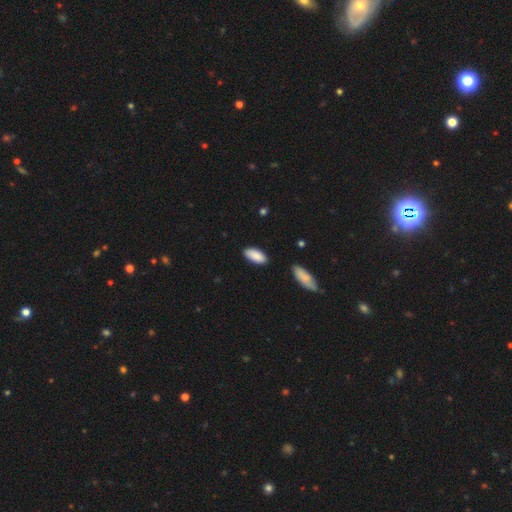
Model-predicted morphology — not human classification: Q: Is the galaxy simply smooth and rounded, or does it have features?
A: smooth — 89%.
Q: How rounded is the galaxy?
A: in between — 89%.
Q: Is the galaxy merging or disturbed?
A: none — 84%.